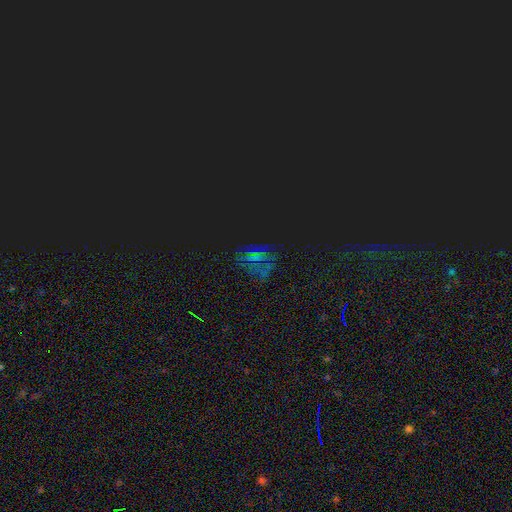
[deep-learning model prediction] A star or artifact, not a galaxy (72%).

Vote fractions:
- Smooth or featured? star or artifact: 72% / smooth: 19% / featured or disk: 10%